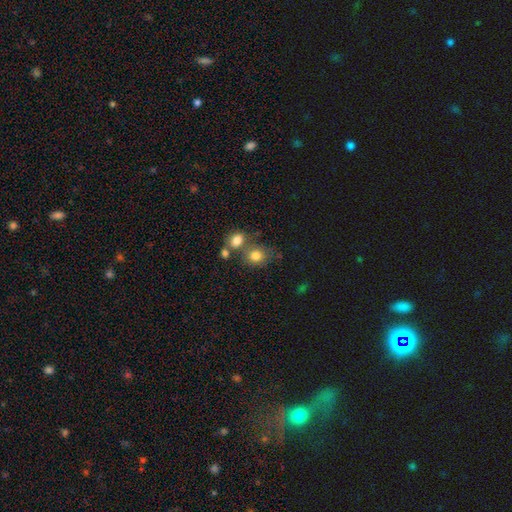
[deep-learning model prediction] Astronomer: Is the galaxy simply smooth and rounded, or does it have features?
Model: smooth — 79%.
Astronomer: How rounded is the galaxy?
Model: round — 61% (runner-up: in between, 37%).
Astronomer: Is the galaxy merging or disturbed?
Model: none — 52% (runner-up: merger, 30%).